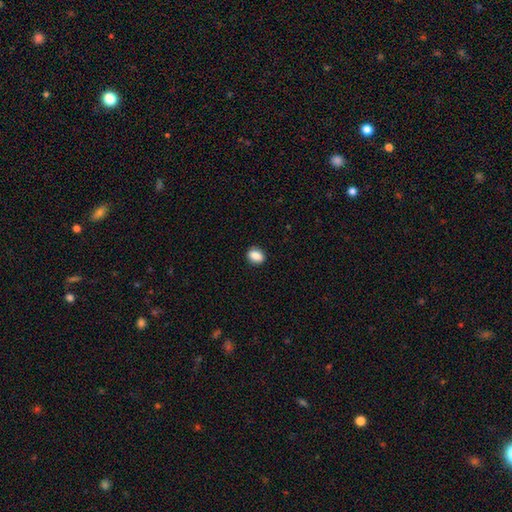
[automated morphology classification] Smooth or featured?
  - smooth: 87% *
  - star or artifact: 8%
  - featured or disk: 5%
How rounded?
  - in between: 67% *
  - round: 31%
  - cigar-shaped: 2%
Merging?
  - none: 88% *
  - minor disturbance: 9%
  - major disturbance: 2%
  - merger: 1%